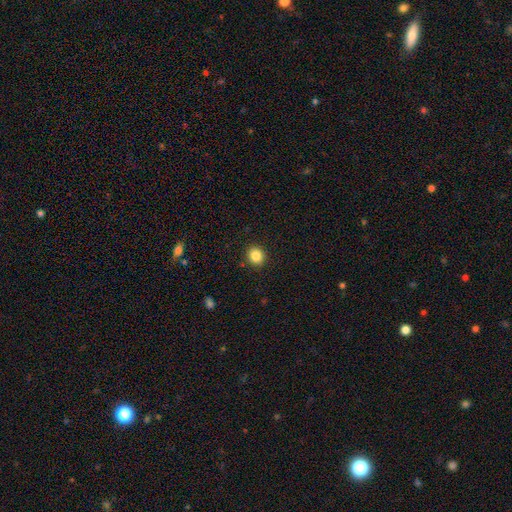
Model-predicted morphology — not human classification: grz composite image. It shows a smooth galaxy with no disk features (85%) that is round (77%). Merging: none (90%).